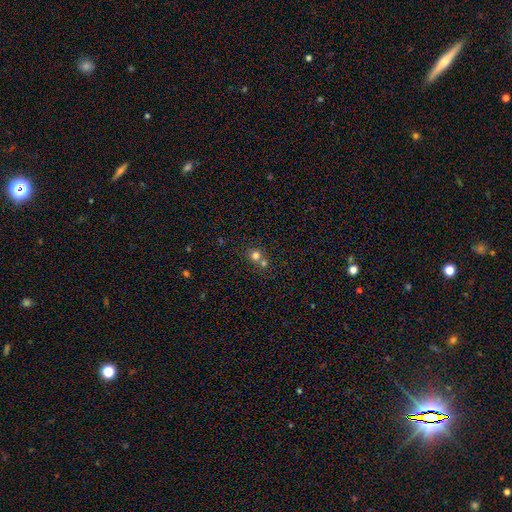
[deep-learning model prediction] Overall: smooth (76%). How rounded: round (89%). Merging: none (49%; merger 43%).